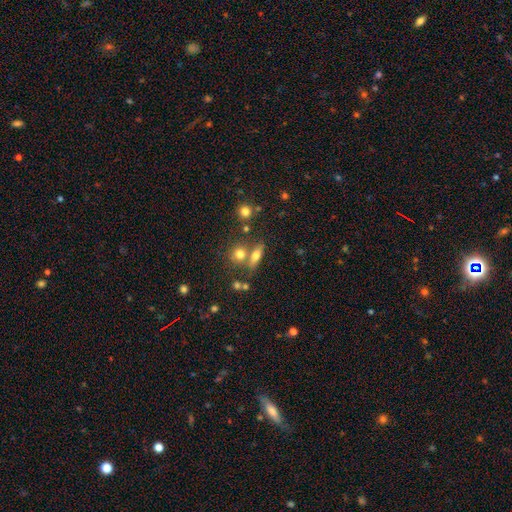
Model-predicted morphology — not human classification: The model was most divided on "how rounded": in between: 53%, cigar-shaped: 30%, round: 17%. More confident: smooth or featured — smooth (63%); merging — none (57%).